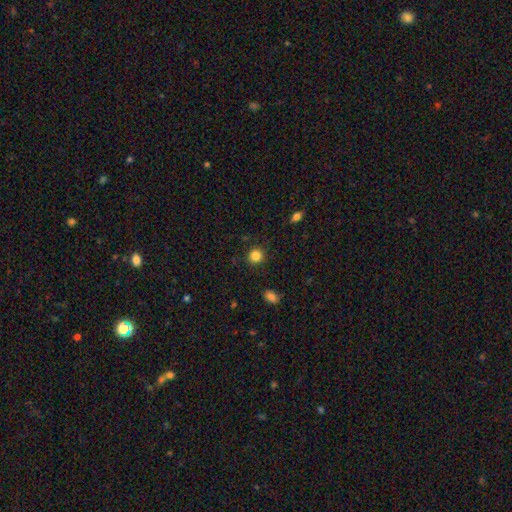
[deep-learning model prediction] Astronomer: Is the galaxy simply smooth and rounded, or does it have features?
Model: smooth — 84%.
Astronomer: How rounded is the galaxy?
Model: round — 89%.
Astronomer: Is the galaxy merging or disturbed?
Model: none — 90%.